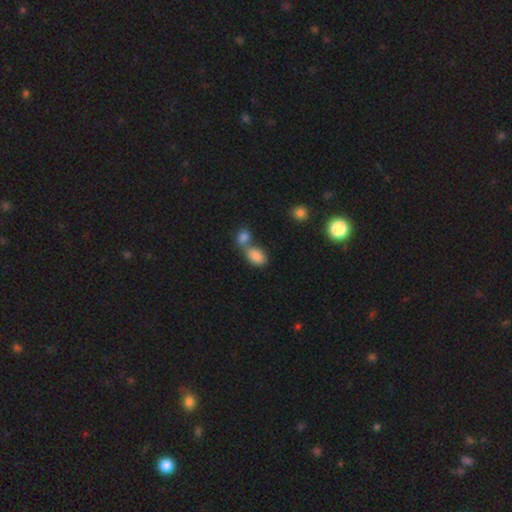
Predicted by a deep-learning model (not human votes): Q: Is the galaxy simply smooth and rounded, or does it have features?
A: smooth — 84%.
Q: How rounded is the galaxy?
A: in between — 86%.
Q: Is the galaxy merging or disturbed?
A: merger — 58%.